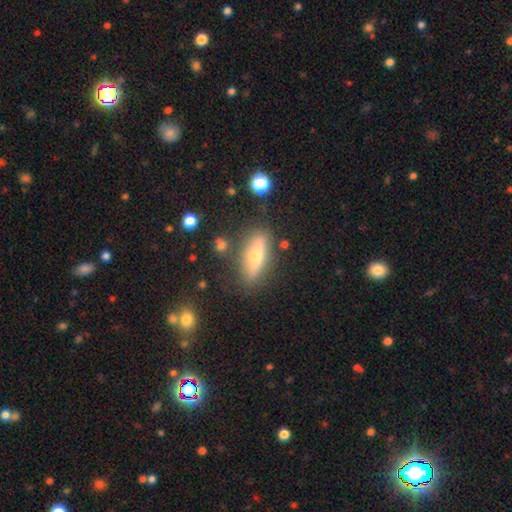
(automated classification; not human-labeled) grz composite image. It shows a featured or disk galaxy (52%) viewed edge-on (85%). Merging: none (83%).